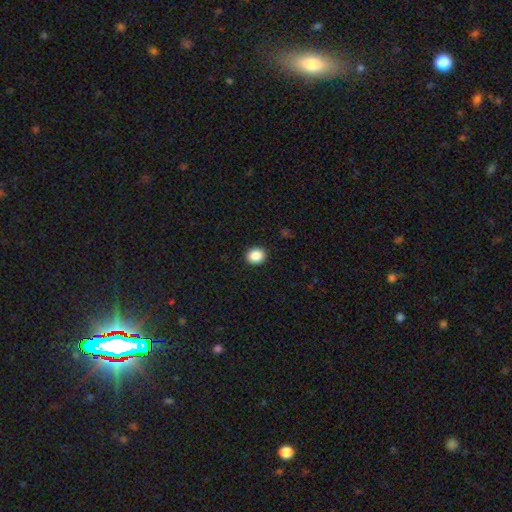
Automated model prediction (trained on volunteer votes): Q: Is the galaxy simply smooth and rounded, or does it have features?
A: smooth — 89%.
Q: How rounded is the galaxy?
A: round — 69%.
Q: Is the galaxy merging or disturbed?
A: none — 91%.